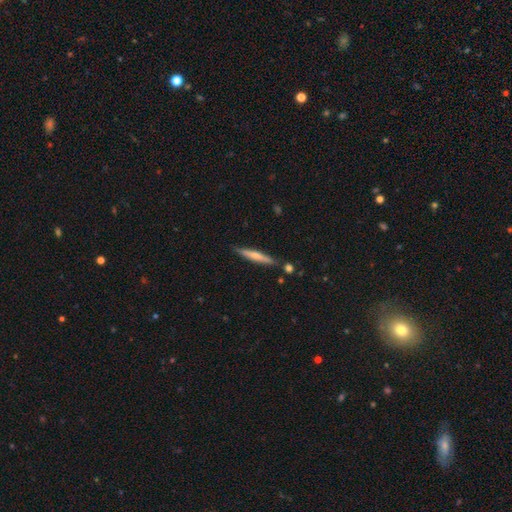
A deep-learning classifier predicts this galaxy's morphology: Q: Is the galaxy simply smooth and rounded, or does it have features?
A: smooth — 54%.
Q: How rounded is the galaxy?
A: cigar-shaped — 94%.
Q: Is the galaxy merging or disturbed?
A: none — 83%.